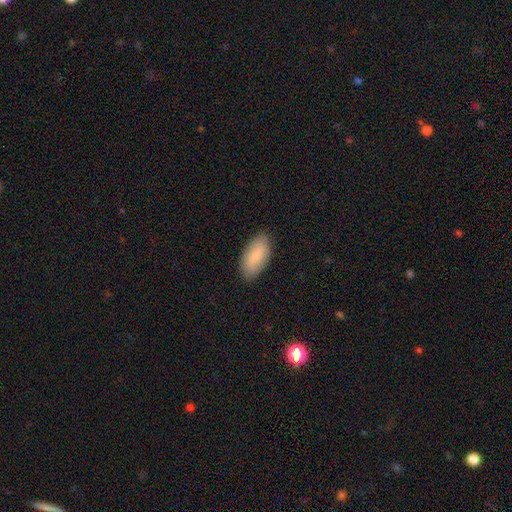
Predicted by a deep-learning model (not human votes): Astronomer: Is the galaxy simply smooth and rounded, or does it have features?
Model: smooth — 82%.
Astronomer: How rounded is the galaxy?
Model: in between — 91%.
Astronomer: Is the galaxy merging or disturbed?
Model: none — 86%.